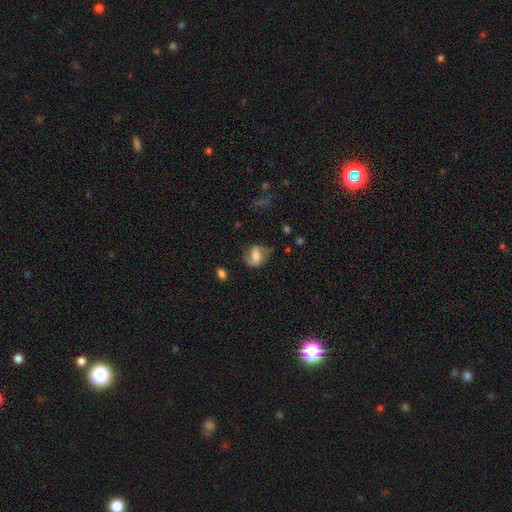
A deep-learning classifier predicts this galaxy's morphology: The model was most divided on "smooth or featured": featured or disk: 50%, smooth: 42%, star or artifact: 8%. More confident: merging — none (57%).